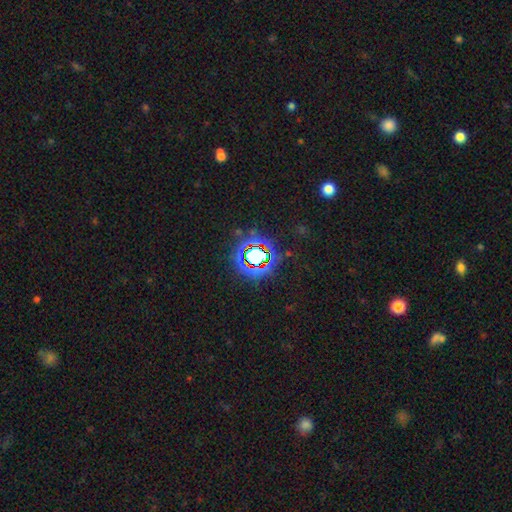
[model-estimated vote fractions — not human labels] star or artifact 71%, smooth 18%, featured or disk 11%.